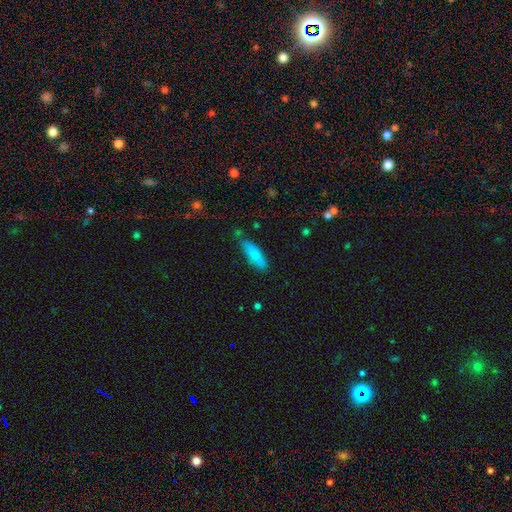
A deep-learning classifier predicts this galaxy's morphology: A smooth galaxy with no disk features (80%) that is cigar-shaped (54%). Merging: none (74%).